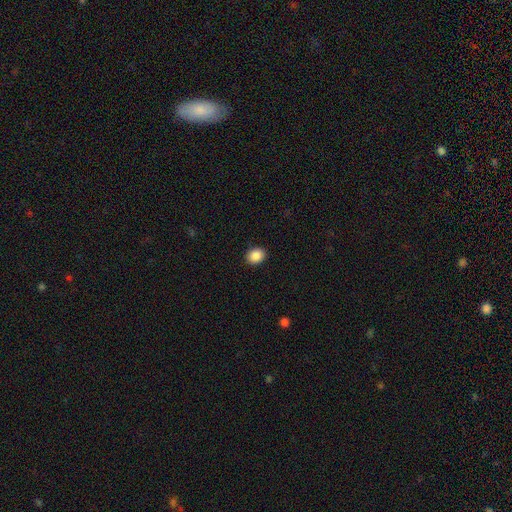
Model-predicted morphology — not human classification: type=smooth (89%); roundness=round (50%); merging=none (90%).